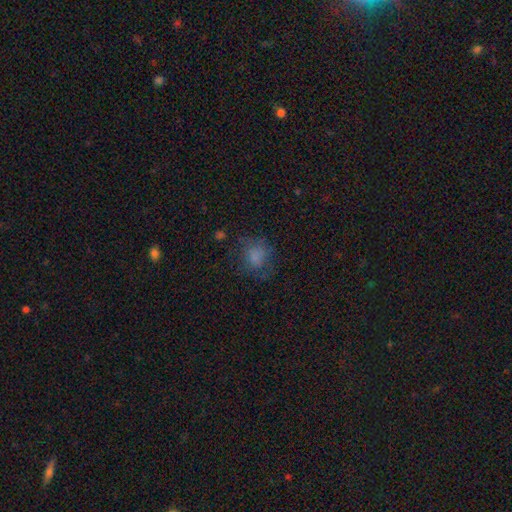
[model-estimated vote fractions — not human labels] smooth-or-featured: smooth: 72% | featured or disk: 15% | star or artifact: 14%
  how-rounded: round: 73% | in between: 26% | cigar-shaped: 1%
  merging: none: 57% | minor disturbance: 22% | major disturbance: 18% | merger: 2%